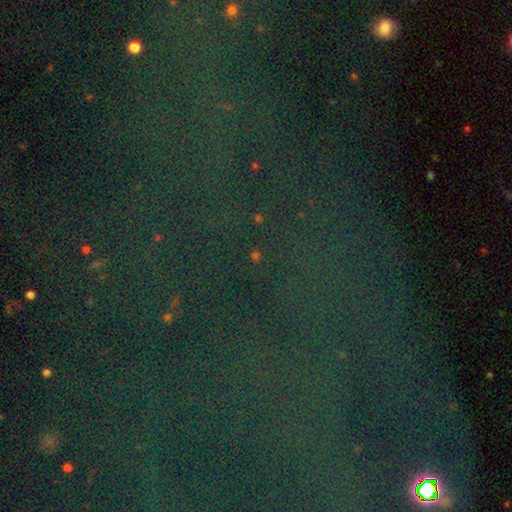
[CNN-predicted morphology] Overall: star or artifact (74%).